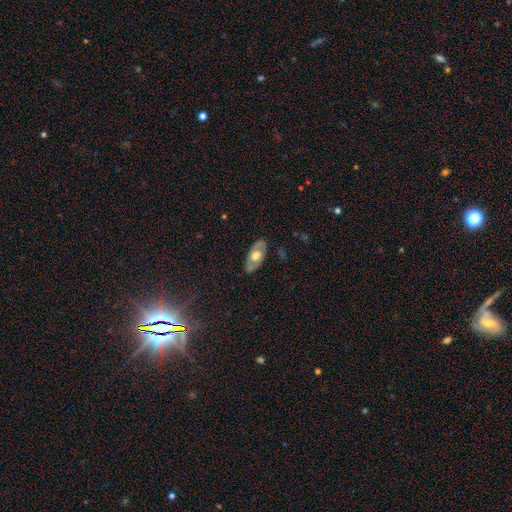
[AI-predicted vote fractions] The model was most divided on "smooth or featured": featured or disk: 54%, smooth: 40%, star or artifact: 6%. More confident: merging — none (82%); edge-on disk — no (82%).